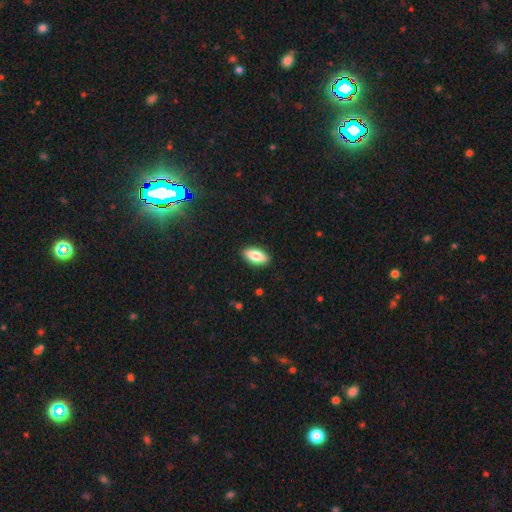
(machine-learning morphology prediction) smooth_or_featured: smooth (p=0.82) [alt: featured or disk p=0.12]
how_rounded: in between (p=0.89) [alt: cigar-shaped p=0.09]
merging: none (p=0.90) [alt: minor disturbance p=0.08]